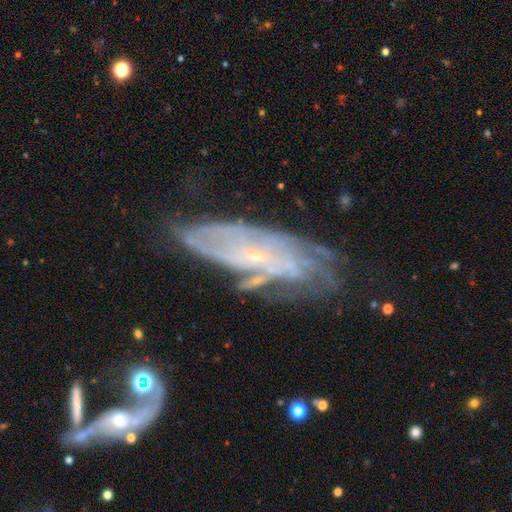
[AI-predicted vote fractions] Overall: featured or disk (79%). Edge-on disk: no (86%). Bar: no (70%). Spiral arms: yes (84%). Spiral arm count: can't tell (52%; 2 14%). Spiral winding: tight (58%; medium 30%). Bulge size: small (86%). Merging: none (56%; minor disturbance 25%).